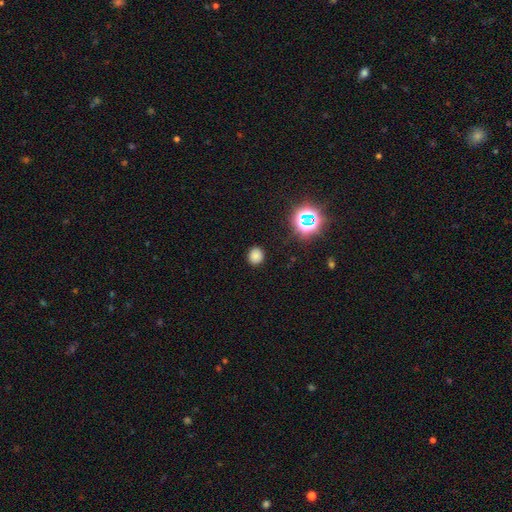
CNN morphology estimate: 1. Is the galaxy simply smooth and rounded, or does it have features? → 77% smooth, 18% star or artifact, 5% featured or disk.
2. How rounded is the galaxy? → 78% round, 21% in between, 1% cigar-shaped.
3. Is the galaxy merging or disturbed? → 88% none, 8% minor disturbance, 3% major disturbance, 1% merger.